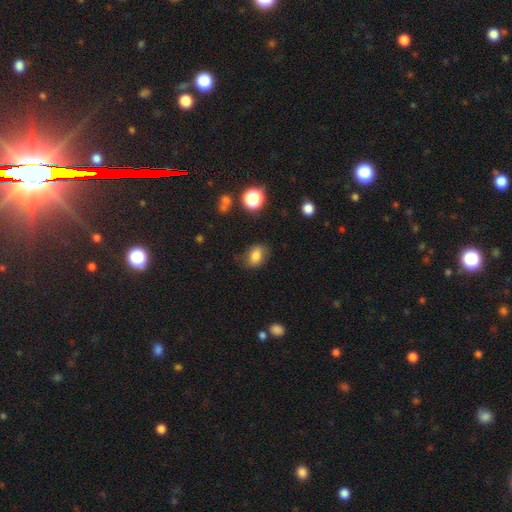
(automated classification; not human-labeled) smooth-or-featured: smooth: 79% | star or artifact: 11% | featured or disk: 10%
  how-rounded: in between: 74% | round: 25% | cigar-shaped: 2%
  merging: none: 72% | minor disturbance: 19% | major disturbance: 6% | merger: 2%